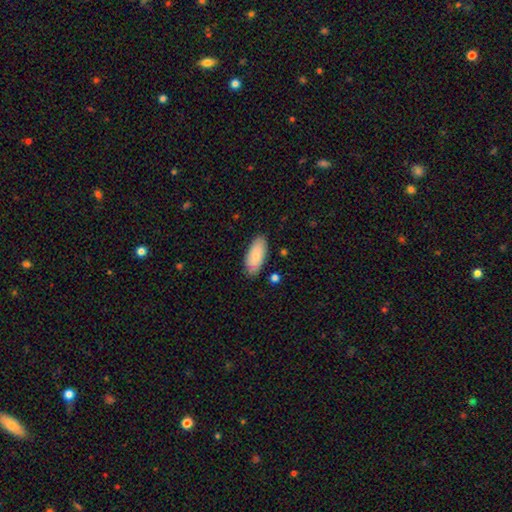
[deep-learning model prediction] Smooth or featured?
  - smooth: 85% *
  - featured or disk: 9%
  - star or artifact: 6%
How rounded?
  - in between: 87% *
  - cigar-shaped: 11%
  - round: 2%
Merging?
  - none: 84% *
  - minor disturbance: 12%
  - major disturbance: 2%
  - merger: 2%